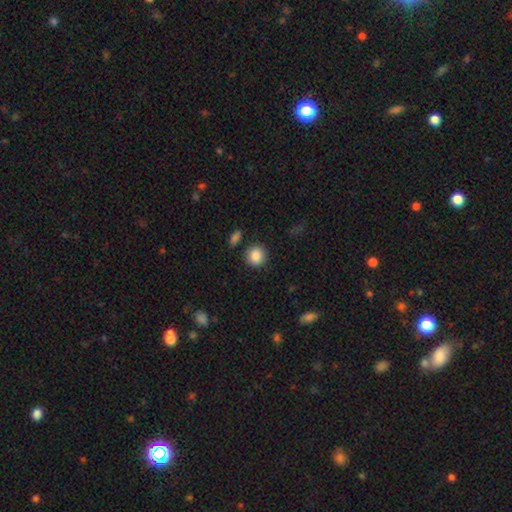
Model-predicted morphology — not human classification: smooth-or-featured: smooth: 87% | star or artifact: 8% | featured or disk: 5%
  how-rounded: round: 90% | in between: 9% | cigar-shaped: 1%
  merging: none: 87% | minor disturbance: 7% | merger: 3% | major disturbance: 2%